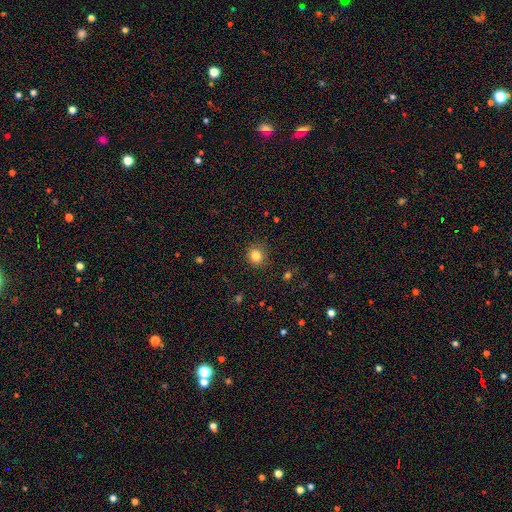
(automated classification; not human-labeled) Smooth or featured? smooth (83%)
How rounded? round (87%)
Merging? none (88%)